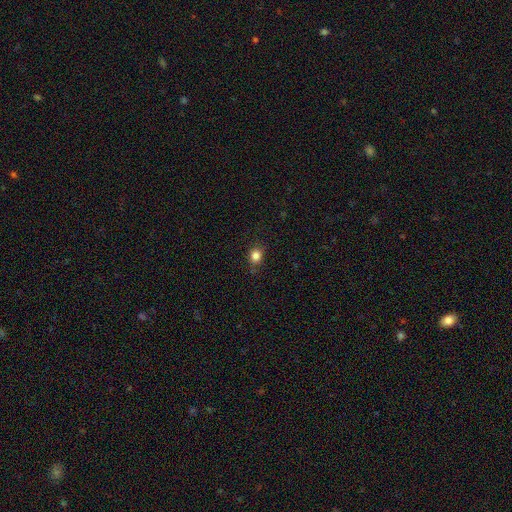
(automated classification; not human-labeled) Smooth or featured? smooth (83%)
How rounded? round (69%)
Merging? none (83%)